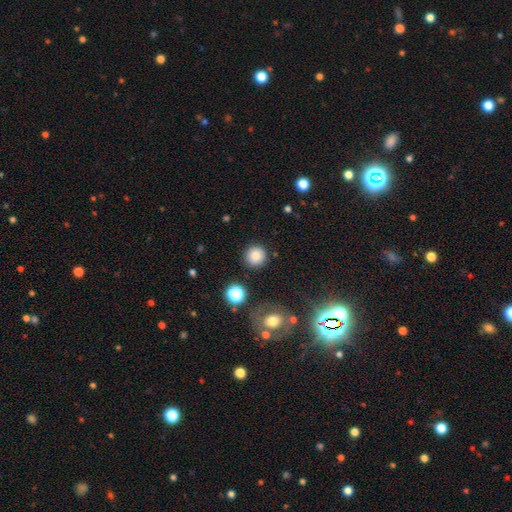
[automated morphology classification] Smooth or featured?
  - smooth: 81% *
  - star or artifact: 12%
  - featured or disk: 8%
How rounded?
  - round: 93% *
  - in between: 6%
  - cigar-shaped: 1%
Merging?
  - none: 88% *
  - minor disturbance: 7%
  - major disturbance: 3%
  - merger: 2%